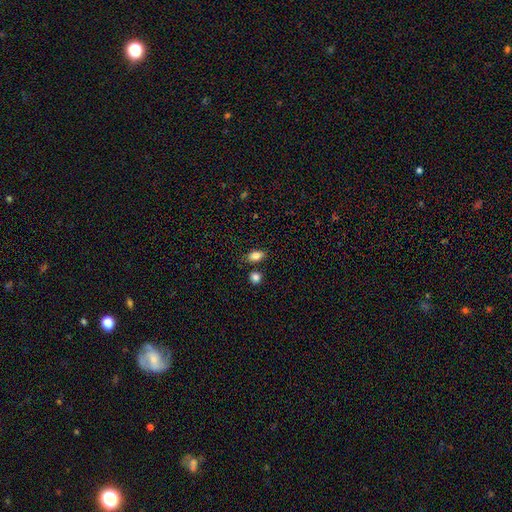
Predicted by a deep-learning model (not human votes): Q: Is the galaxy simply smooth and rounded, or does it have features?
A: smooth — 85%.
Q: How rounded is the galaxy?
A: in between — 85%.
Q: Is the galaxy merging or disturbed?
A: none — 76%.